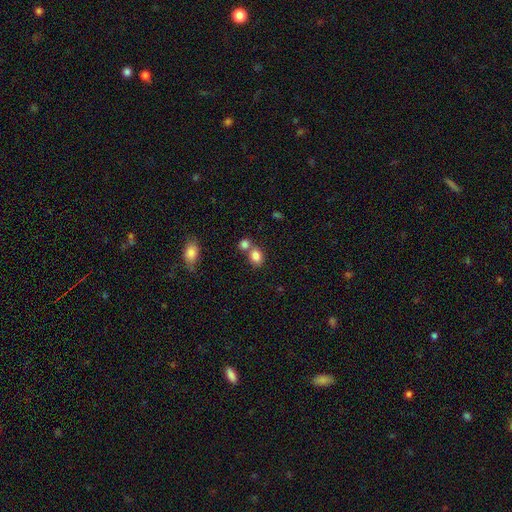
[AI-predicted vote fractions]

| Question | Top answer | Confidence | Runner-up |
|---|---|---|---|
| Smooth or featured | smooth | 83% | star or artifact (10%) |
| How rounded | in between | 56% | round (43%) |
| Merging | none | 50% | merger (37%) |